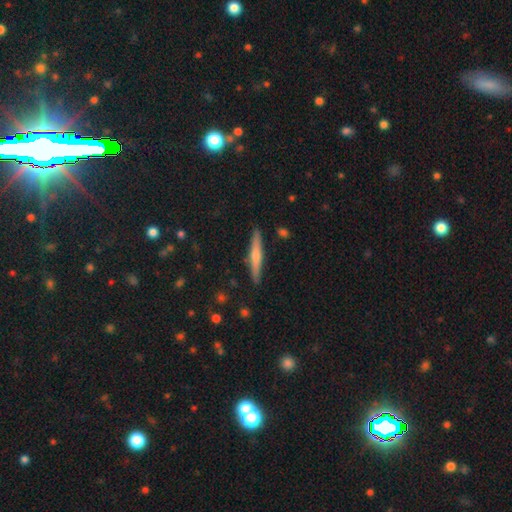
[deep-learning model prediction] smooth-or-featured: featured or disk: 54% | smooth: 39% | star or artifact: 7%
  disk-edge-on: yes: 97% | no: 3%
    edge-on-bulge: rounded: 77% | none: 17% | boxy: 6%
  merging: none: 91% | minor disturbance: 7% | major disturbance: 1% | merger: 1%